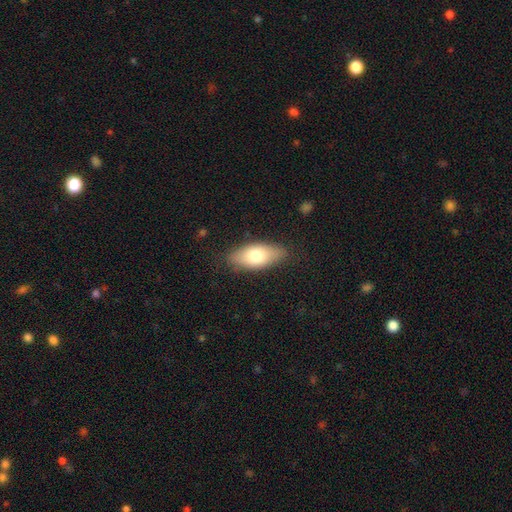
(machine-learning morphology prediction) Smooth or featured: smooth — 75% (featured or disk — 19%)
How rounded: in between — 87% (cigar-shaped — 10%)
Merging: none — 81% (minor disturbance — 15%)